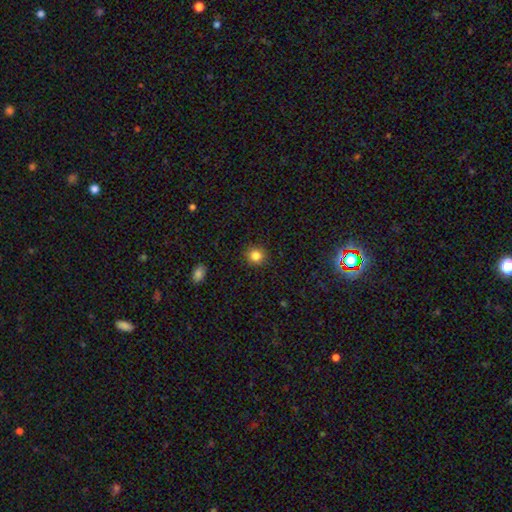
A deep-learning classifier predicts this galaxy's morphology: This appears to be a smooth galaxy with no disk features (84%) that is round (91%). Merging: none (91%).